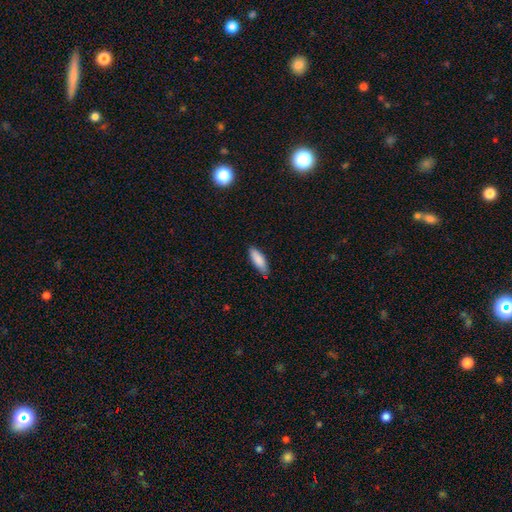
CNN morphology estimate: Q: Smooth or featured?
A: smooth (63%); runner-up: star or artifact (20%)
Q: How rounded?
A: in between (47%); runner-up: cigar-shaped (46%)
Q: Merging?
A: none (86%); runner-up: minor disturbance (10%)